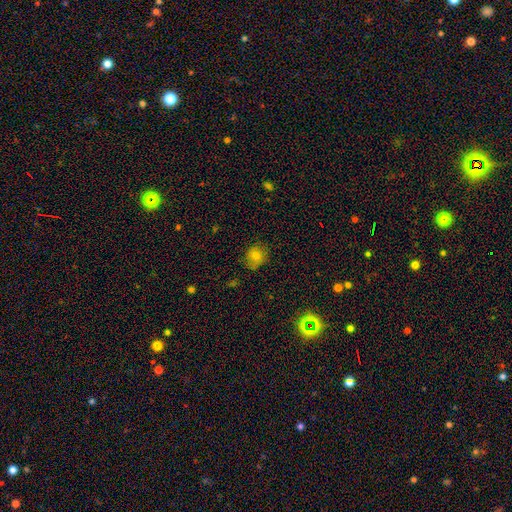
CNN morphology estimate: The model was most divided on "how rounded": round: 76%, in between: 23%, cigar-shaped: 1%. More confident: smooth or featured — smooth (75%); merging — none (74%).